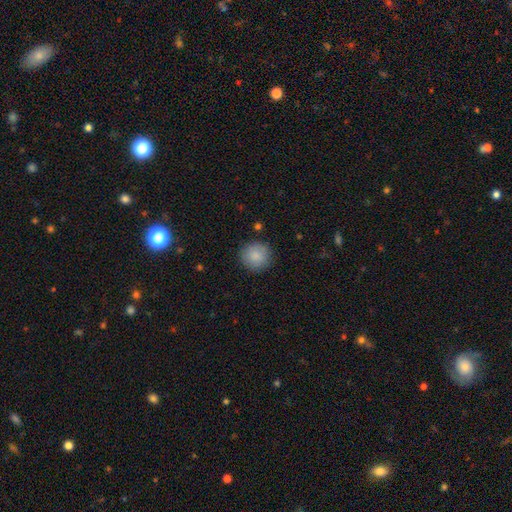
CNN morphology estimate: Smooth or featured? smooth (88%)
How rounded? round (93%)
Merging? none (89%)